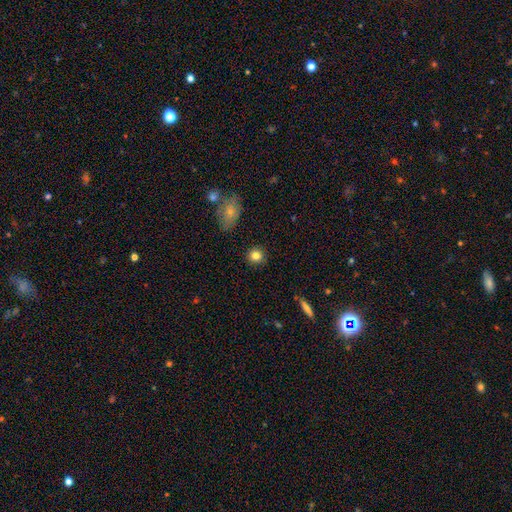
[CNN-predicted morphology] This appears to be a smooth galaxy with no disk features (83%) that is round (90%). Merging: none (90%).